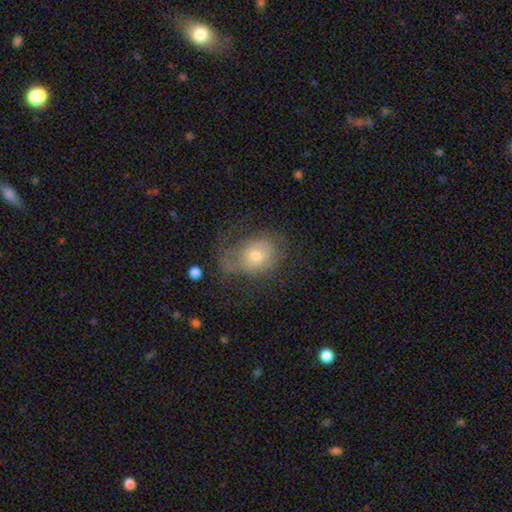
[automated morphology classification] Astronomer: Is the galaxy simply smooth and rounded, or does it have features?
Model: smooth — 49% (runner-up: featured or disk, 41%).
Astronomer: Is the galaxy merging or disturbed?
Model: none — 43% (runner-up: major disturbance, 29%).